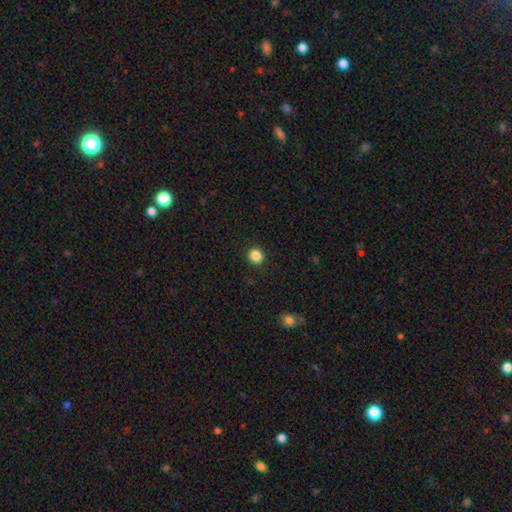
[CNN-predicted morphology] Smooth or featured? smooth (85%)
How rounded? round (85%)
Merging? none (92%)